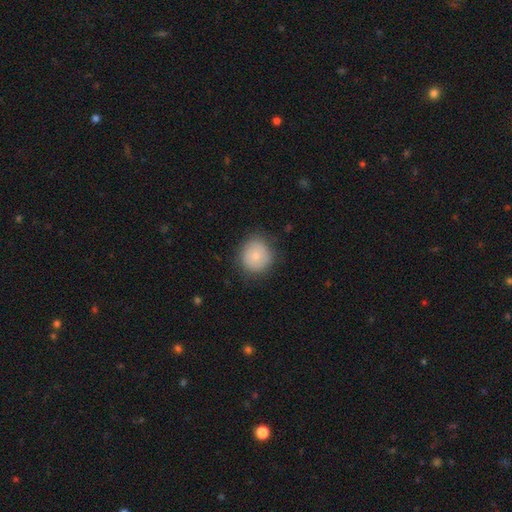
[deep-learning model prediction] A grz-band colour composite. It shows a smooth galaxy with no disk features (74%) that is round (88%). Merging: none (80%).